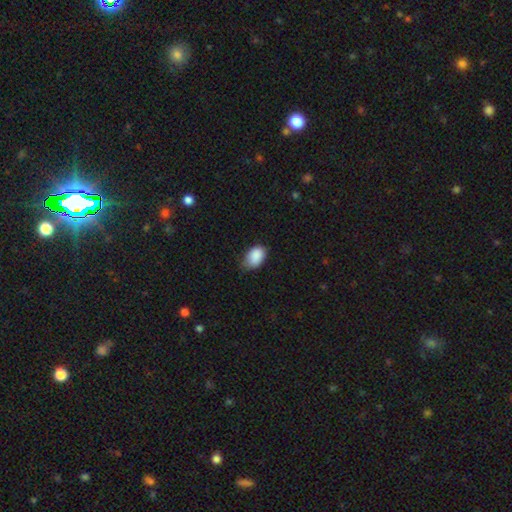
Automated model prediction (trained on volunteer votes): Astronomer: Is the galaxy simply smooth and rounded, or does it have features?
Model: smooth — 88%.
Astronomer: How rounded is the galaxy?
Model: in between — 87%.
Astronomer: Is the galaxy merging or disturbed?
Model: none — 57% (runner-up: minor disturbance, 36%).